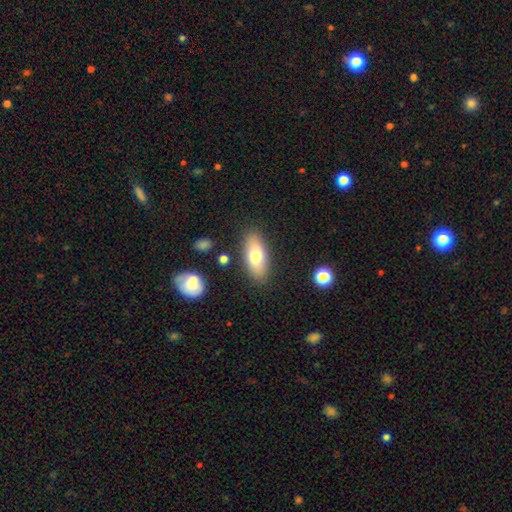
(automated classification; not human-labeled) A smooth galaxy with no disk features (72%) that is in between round and cigar-shaped (82%). Merging: none (85%).